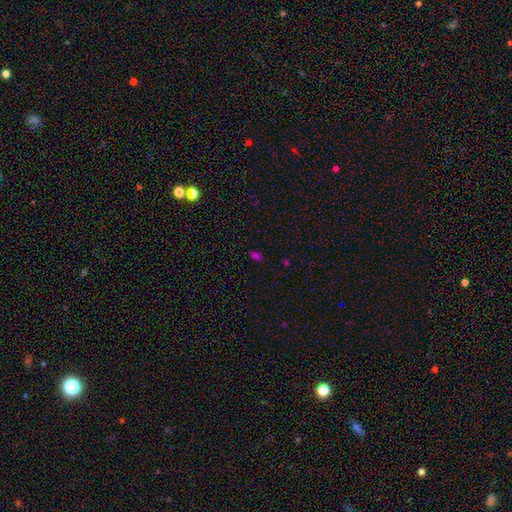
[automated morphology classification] type=smooth (68%); roundness=in between (87%); merging=none (82%).